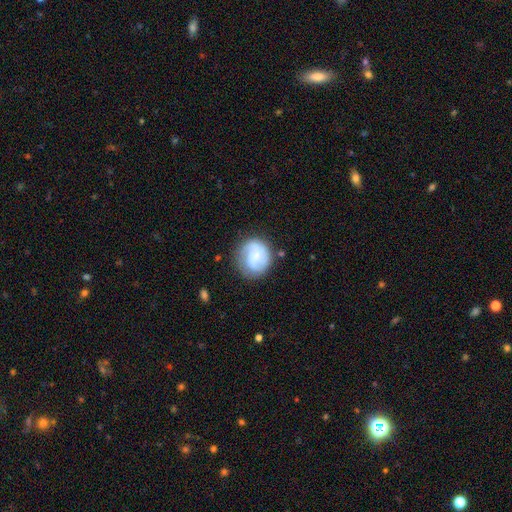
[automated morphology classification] A featured or disk galaxy (47%). Merging: none (68%).